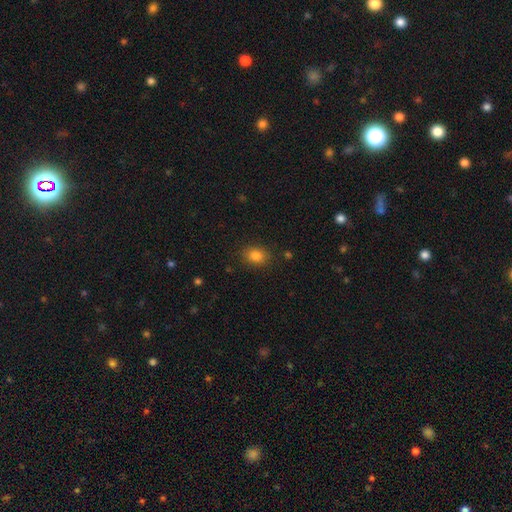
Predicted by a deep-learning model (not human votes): Smooth or featured: smooth — 84% (star or artifact — 11%)
How rounded: in between — 51% (round — 48%)
Merging: none — 86% (minor disturbance — 10%)